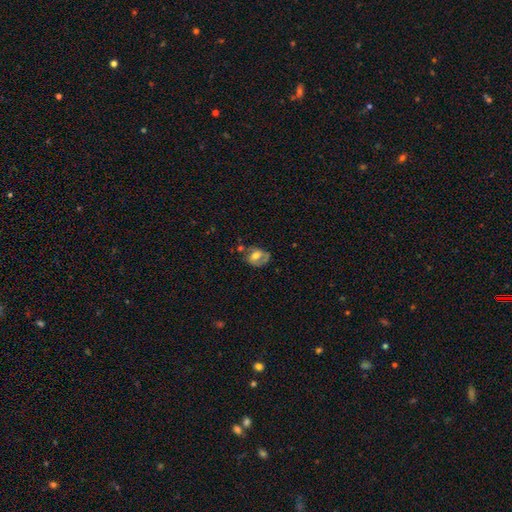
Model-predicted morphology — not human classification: This is possibly a featured or disk galaxy (48%). Merging: possibly none (48%).